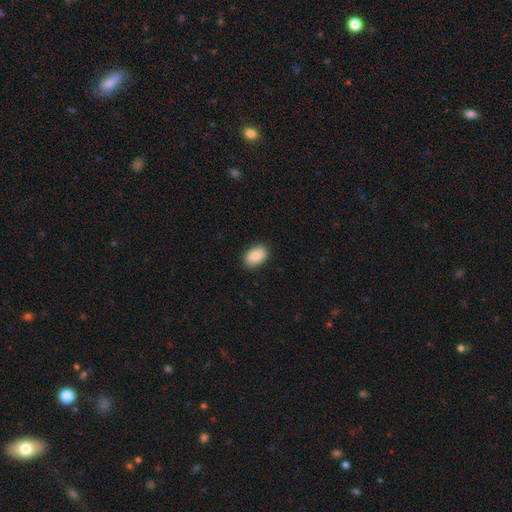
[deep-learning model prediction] The model was most divided on "merging": none: 88%, minor disturbance: 9%, major disturbance: 2%, merger: 1%. More confident: how rounded — in between (89%); smooth or featured — smooth (88%).